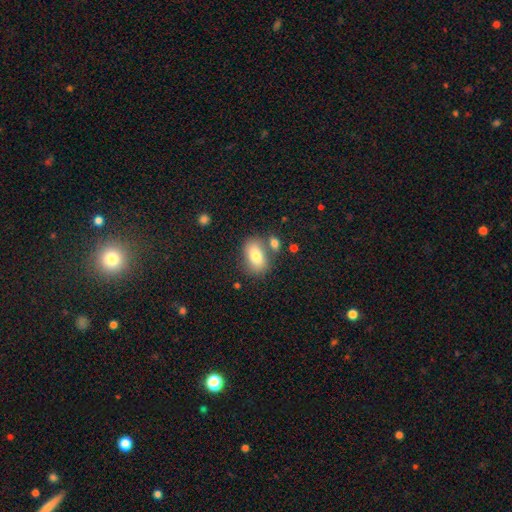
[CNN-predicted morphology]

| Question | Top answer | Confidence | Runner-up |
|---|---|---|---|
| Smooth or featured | smooth | 79% | featured or disk (14%) |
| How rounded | in between | 86% | round (12%) |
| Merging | none | 66% | merger (17%) |